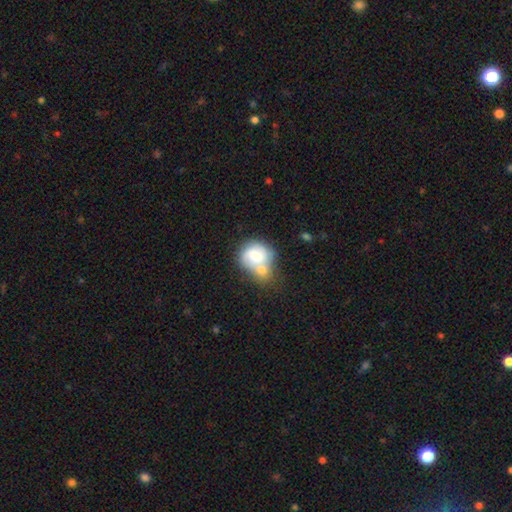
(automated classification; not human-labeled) A smooth galaxy with no disk features (66%) that is round (67%). Merging: merger (59%).